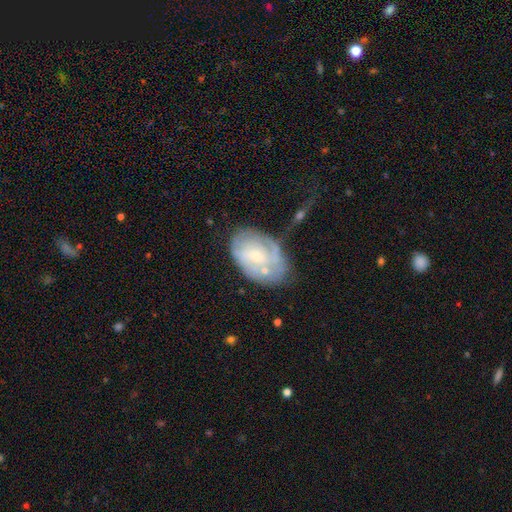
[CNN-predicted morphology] type=featured or disk (58%); edge-on=no (96%); bar=no (59%); spiral arms=yes (64%); bulge=small (54%); merging=none (51%).